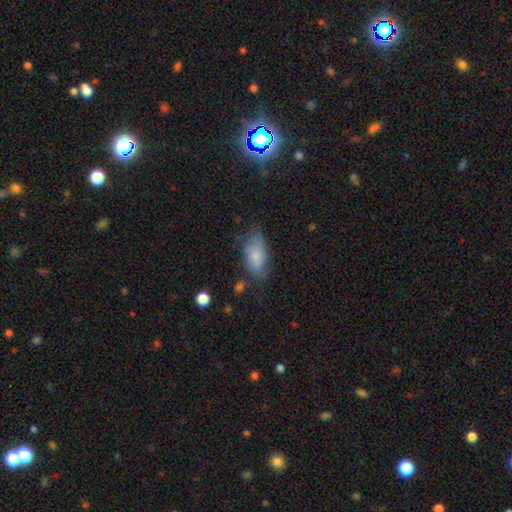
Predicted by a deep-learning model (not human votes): smooth_or_featured: smooth (p=0.73) [alt: featured or disk p=0.19]
how_rounded: in between (p=0.91) [alt: cigar-shaped p=0.05]
merging: none (p=0.54) [alt: minor disturbance p=0.31]